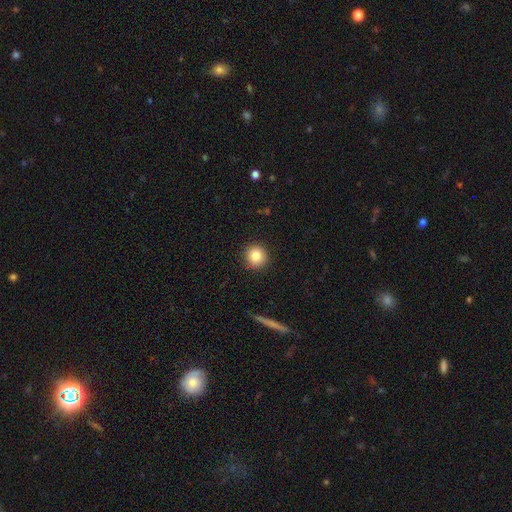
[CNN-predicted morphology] Smooth or featured? smooth (84%)
How rounded? round (93%)
Merging? none (91%)